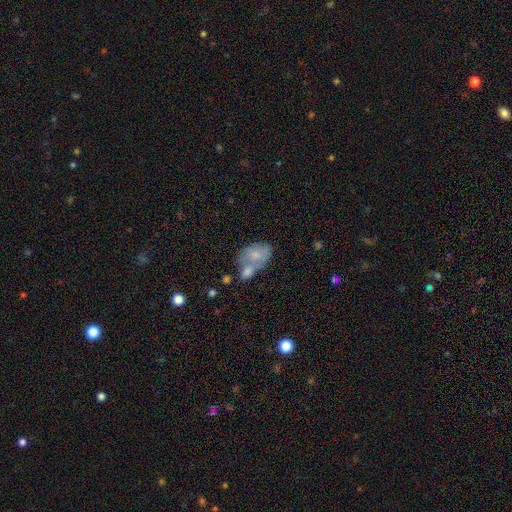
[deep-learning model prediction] smooth_or_featured: smooth (p=0.70) [alt: featured or disk p=0.23]
how_rounded: in between (p=0.84) [alt: round p=0.14]
merging: merger (p=0.55) [alt: none p=0.23]